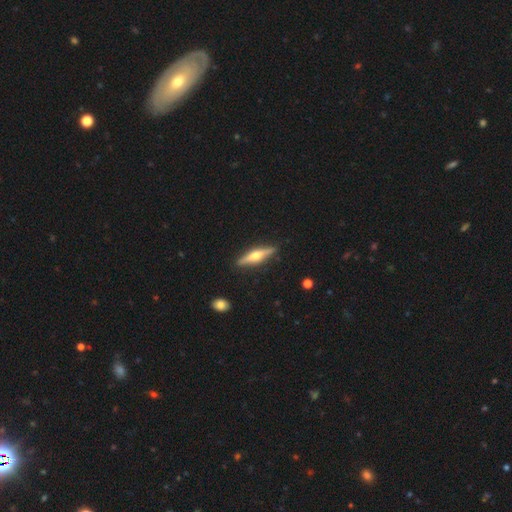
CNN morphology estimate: A featured or disk galaxy (65%) viewed edge-on (96%) with a rounded central bulge (92%).

Vote fractions:
- Smooth or featured? featured or disk: 65% / smooth: 29% / star or artifact: 5%
- Edge-on disk? yes: 96% / no: 4%
- Edge-on bulge? rounded: 92% / boxy: 4% / none: 3%
- Merging? none: 89% / minor disturbance: 8% / major disturbance: 2% / merger: 1%